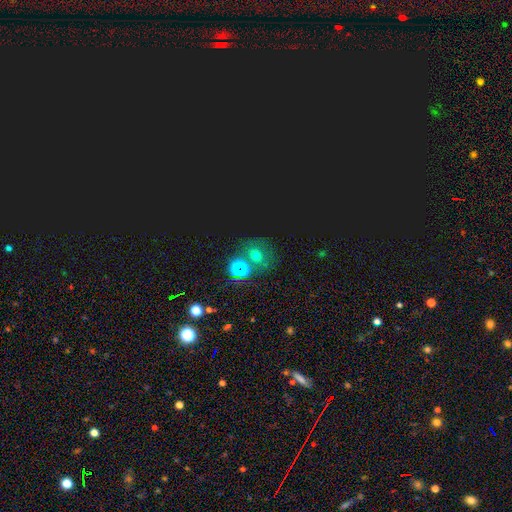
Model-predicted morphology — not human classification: type=smooth (47%); merging=none (63%).